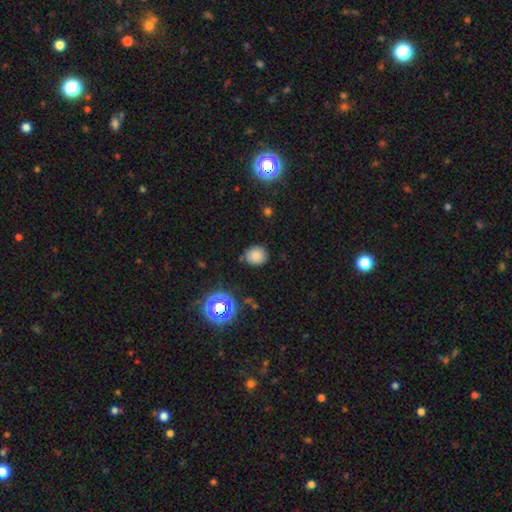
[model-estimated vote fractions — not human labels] smooth_or_featured: smooth (p=0.79) [alt: star or artifact p=0.15]
how_rounded: round (p=0.78) [alt: in between p=0.21]
merging: none (p=0.80) [alt: minor disturbance p=0.15]